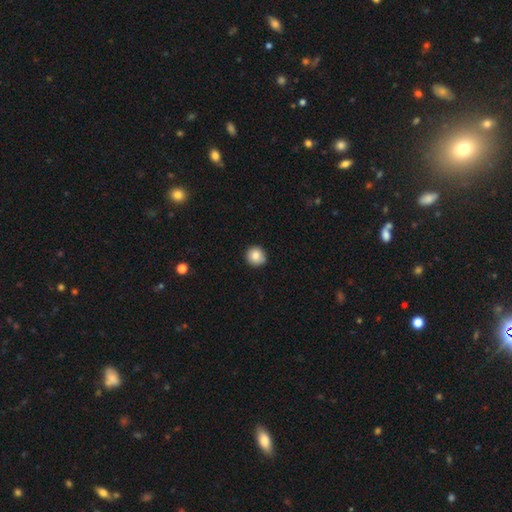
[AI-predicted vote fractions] smooth-or-featured: smooth: 83% | star or artifact: 9% | featured or disk: 7%
  how-rounded: round: 93% | in between: 6% | cigar-shaped: 1%
  merging: none: 87% | minor disturbance: 10% | major disturbance: 2% | merger: 2%